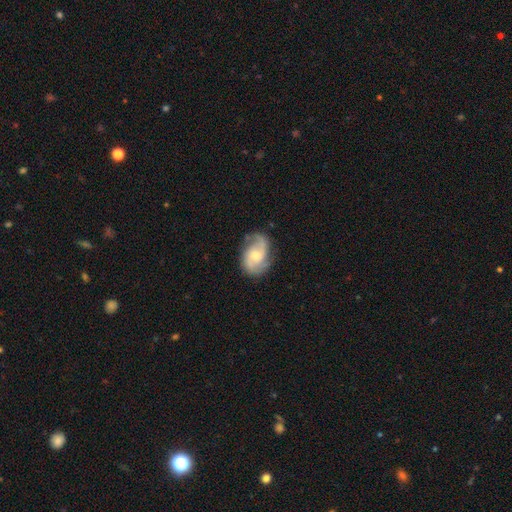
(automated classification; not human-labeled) Smooth or featured? featured or disk (80%)
Edge-on disk? no (97%)
Bar? no (60%)
Spiral arms? yes (96%)
Spiral winding? medium (50%)
Spiral arm count? 2 (80%)
Bulge size? moderate (47%)
Merging? none (71%)